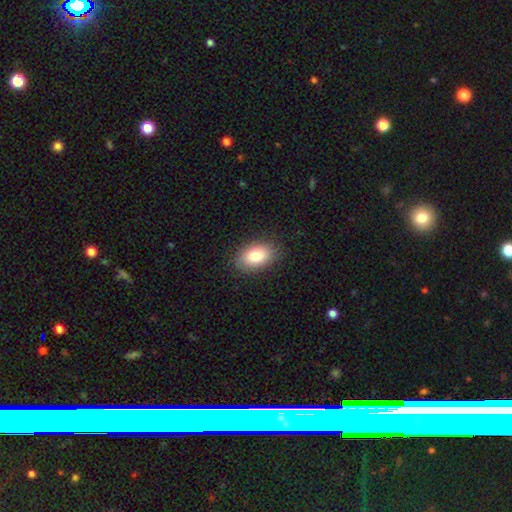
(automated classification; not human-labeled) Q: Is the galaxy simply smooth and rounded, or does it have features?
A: smooth — 81%.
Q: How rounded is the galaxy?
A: in between — 89%.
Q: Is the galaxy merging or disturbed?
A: none — 86%.